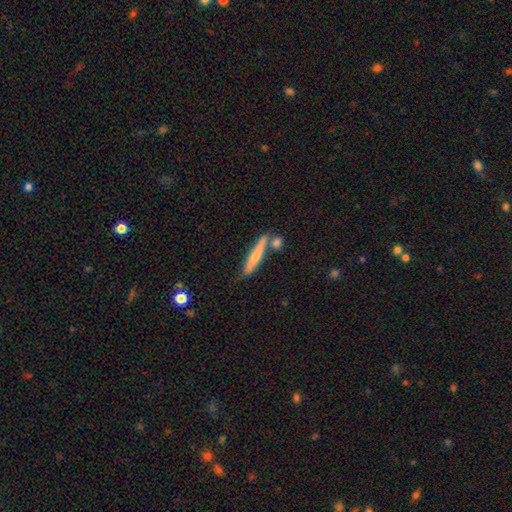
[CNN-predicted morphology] A smooth galaxy with no disk features (66%) that is cigar-shaped (92%).

Vote fractions:
- Smooth or featured? smooth: 66% / featured or disk: 27% / star or artifact: 6%
- How rounded? cigar-shaped: 92% / in between: 6% / round: 2%
- Merging? none: 68% / minor disturbance: 15% / merger: 14% / major disturbance: 4%